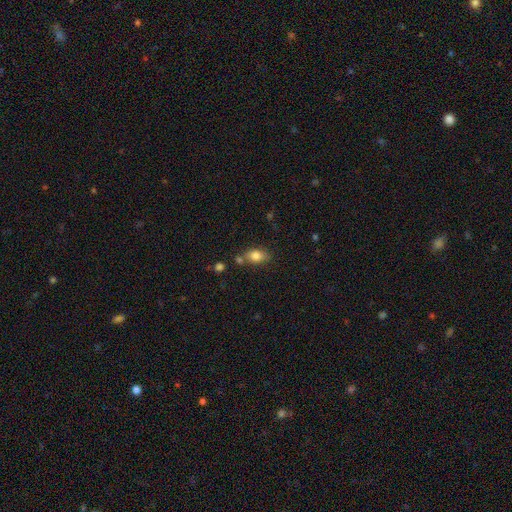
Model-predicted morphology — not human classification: Q: Smooth or featured?
A: smooth (81%); runner-up: featured or disk (10%)
Q: How rounded?
A: in between (79%); runner-up: round (17%)
Q: Merging?
A: none (63%); runner-up: minor disturbance (16%)